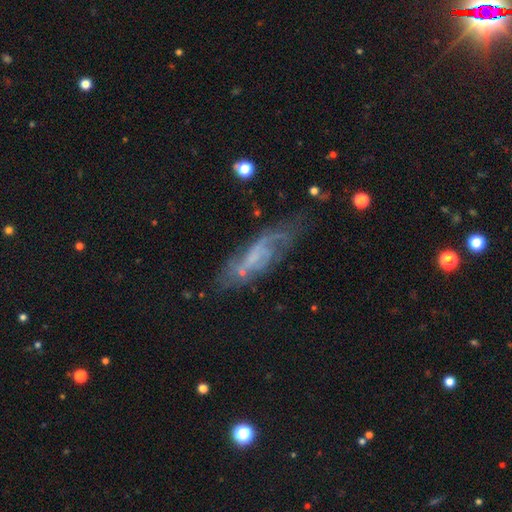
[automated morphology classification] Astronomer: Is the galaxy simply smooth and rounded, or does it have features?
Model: featured or disk — 69%.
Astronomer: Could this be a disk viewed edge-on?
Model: no — 84%.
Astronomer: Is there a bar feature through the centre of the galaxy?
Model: no — 48% (runner-up: weak, 40%).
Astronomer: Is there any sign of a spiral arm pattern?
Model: yes — 80%.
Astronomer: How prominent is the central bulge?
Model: none — 51% (runner-up: small, 30%).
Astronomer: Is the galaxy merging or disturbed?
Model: none — 53%.